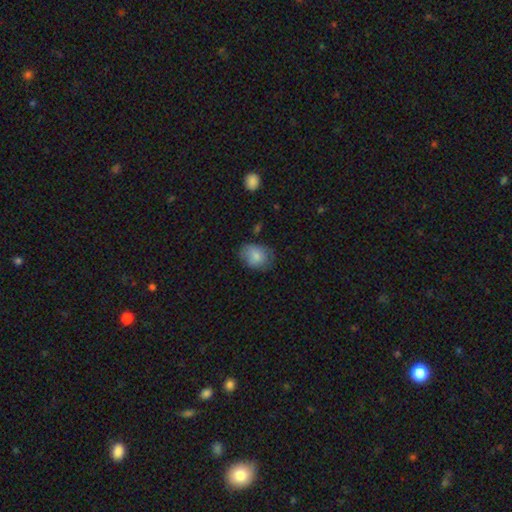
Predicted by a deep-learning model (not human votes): A smooth galaxy with no disk features (82%) that is in between round and cigar-shaped (65%).

Vote fractions:
- Smooth or featured? smooth: 82% / featured or disk: 11% / star or artifact: 7%
- How rounded? in between: 65% / round: 34% / cigar-shaped: 1%
- Merging? none: 66% / minor disturbance: 25% / major disturbance: 7% / merger: 2%